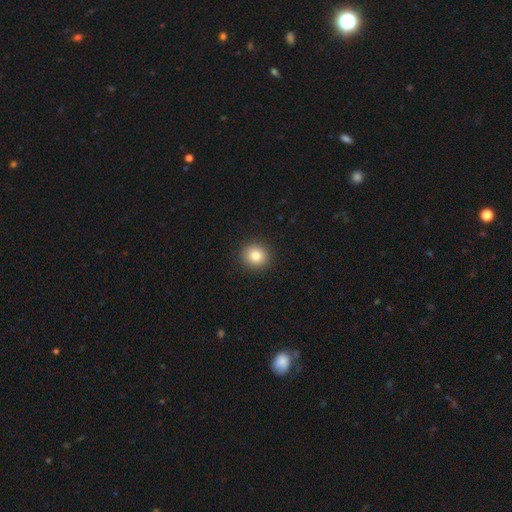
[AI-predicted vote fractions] Smooth or featured: smooth — 83% (star or artifact — 10%)
How rounded: round — 89% (in between — 10%)
Merging: none — 92% (minor disturbance — 5%)